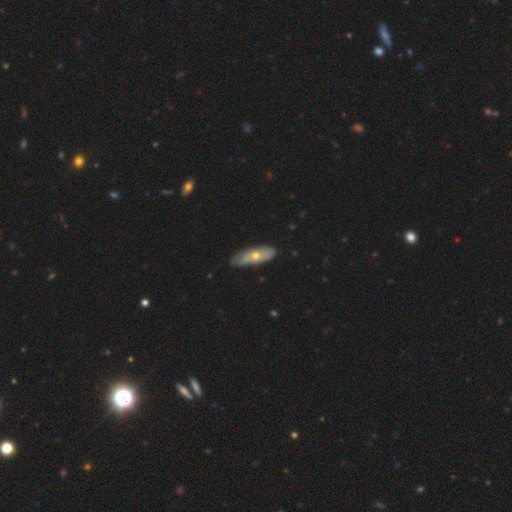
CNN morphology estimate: This appears to be a featured or disk galaxy (48%). Merging: none (71%).